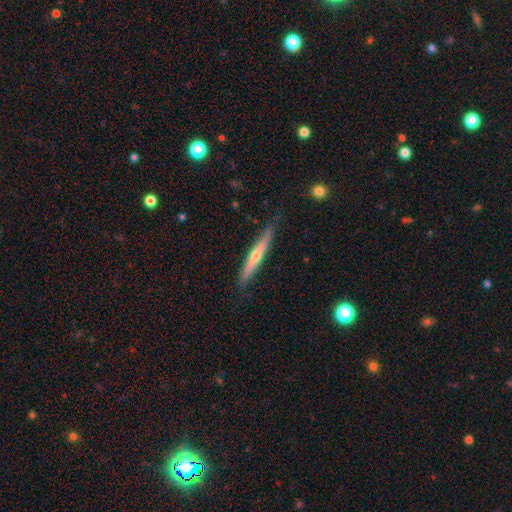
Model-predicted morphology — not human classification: Smooth or featured: featured or disk — 56% (smooth — 39%)
Edge-on disk: yes — 94% (no — 6%)
Edge-on bulge: rounded — 76% (none — 21%)
Merging: none — 80% (minor disturbance — 16%)